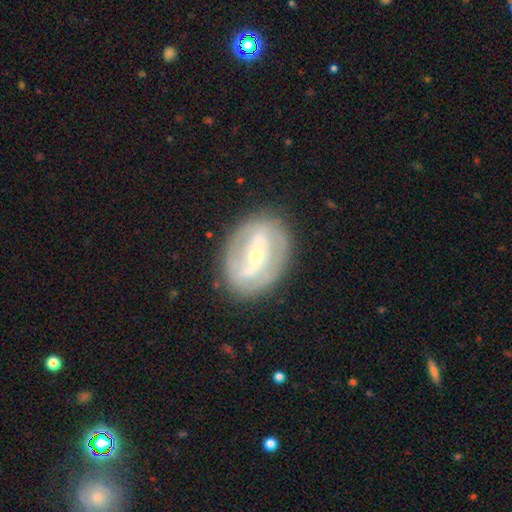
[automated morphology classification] Overall: featured or disk (78%). Edge-on disk: no (94%). Bar: strong (52%; weak 30%). Spiral arms: yes (65%; no 35%). Bulge size: small (60%; moderate 36%). Merging: none (81%).